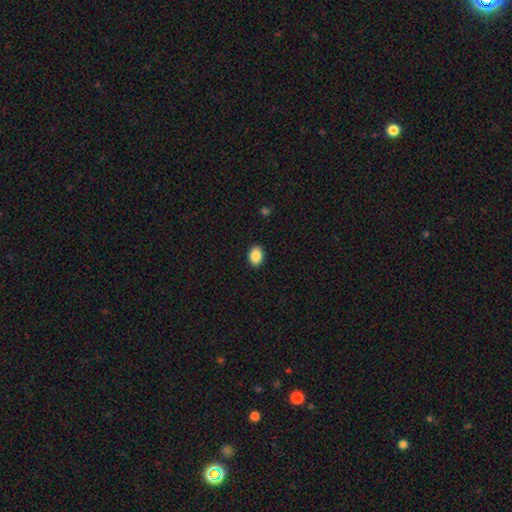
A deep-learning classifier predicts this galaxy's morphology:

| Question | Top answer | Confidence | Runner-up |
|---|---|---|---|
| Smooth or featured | smooth | 89% | star or artifact (8%) |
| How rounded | in between | 73% | round (26%) |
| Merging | none | 90% | minor disturbance (7%) |